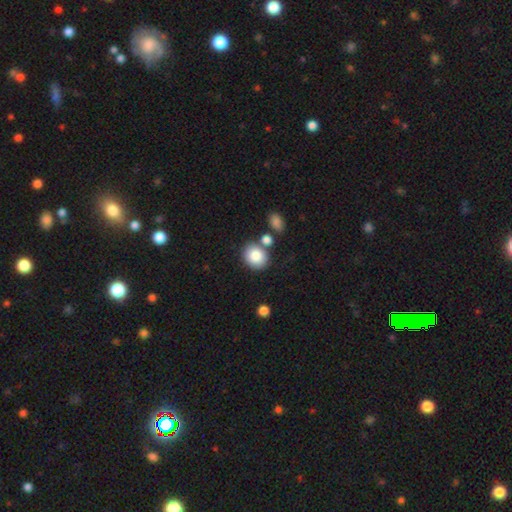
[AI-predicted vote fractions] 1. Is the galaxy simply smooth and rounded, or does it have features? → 82% smooth, 9% featured or disk, 8% star or artifact.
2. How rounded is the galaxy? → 66% round, 33% in between, 1% cigar-shaped.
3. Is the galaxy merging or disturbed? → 68% none, 18% merger, 11% minor disturbance, 3% major disturbance.